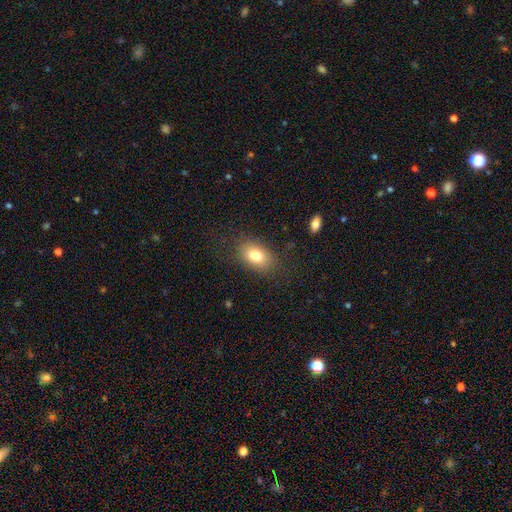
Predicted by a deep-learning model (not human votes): smooth_or_featured: smooth (p=0.79) [alt: featured or disk p=0.12]
how_rounded: in between (p=0.84) [alt: round p=0.14]
merging: none (p=0.81) [alt: minor disturbance p=0.12]